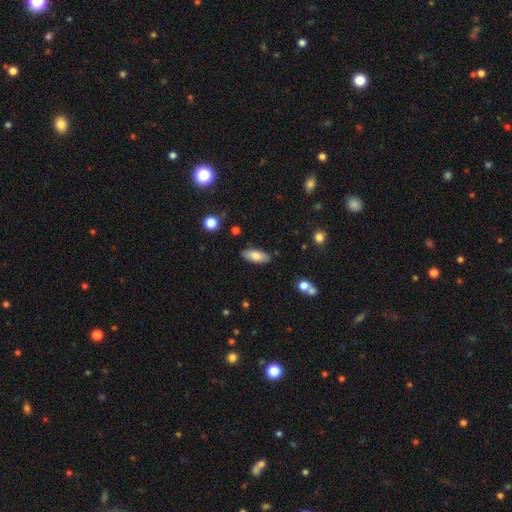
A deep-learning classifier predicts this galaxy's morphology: The model was most divided on "smooth or featured": smooth: 77%, featured or disk: 16%, star or artifact: 7%. More confident: merging — none (86%); how rounded — in between (81%).